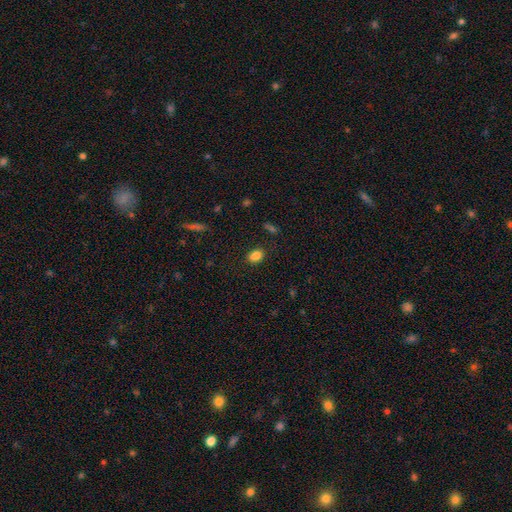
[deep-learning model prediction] Smooth or featured: smooth — 84% (star or artifact — 11%)
How rounded: in between — 72% (round — 27%)
Merging: none — 84% (minor disturbance — 11%)